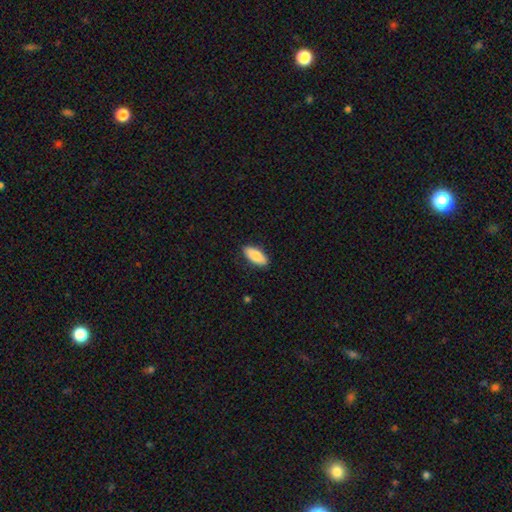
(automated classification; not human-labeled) A smooth galaxy with no disk features (83%) that is in between round and cigar-shaped (82%).

Vote fractions:
- Smooth or featured? smooth: 83% / featured or disk: 11% / star or artifact: 6%
- How rounded? in between: 82% / cigar-shaped: 16% / round: 2%
- Merging? none: 87% / minor disturbance: 10% / major disturbance: 2% / merger: 1%